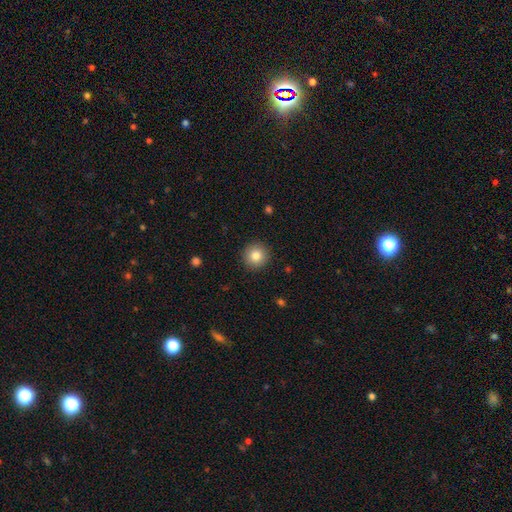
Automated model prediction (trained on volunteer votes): Smooth or featured?
  - smooth: 82% *
  - star or artifact: 10%
  - featured or disk: 8%
How rounded?
  - round: 94% *
  - in between: 5%
  - cigar-shaped: 1%
Merging?
  - none: 92% *
  - minor disturbance: 6%
  - major disturbance: 2%
  - merger: 1%